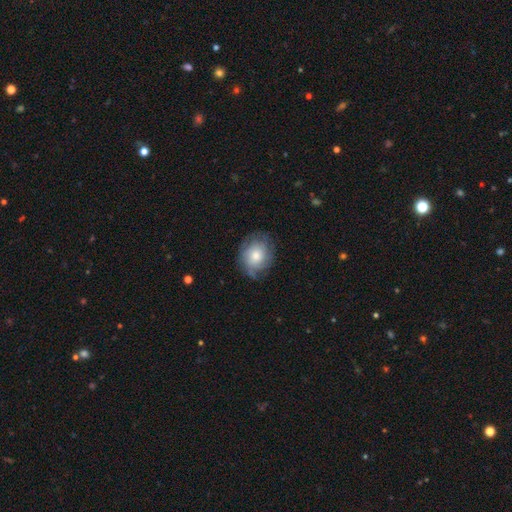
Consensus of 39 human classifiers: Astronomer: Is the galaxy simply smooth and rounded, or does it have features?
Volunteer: smooth — 69%.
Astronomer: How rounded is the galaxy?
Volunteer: round — 63%.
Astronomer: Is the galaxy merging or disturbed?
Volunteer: none — 49% (runner-up: minor disturbance, 43%).